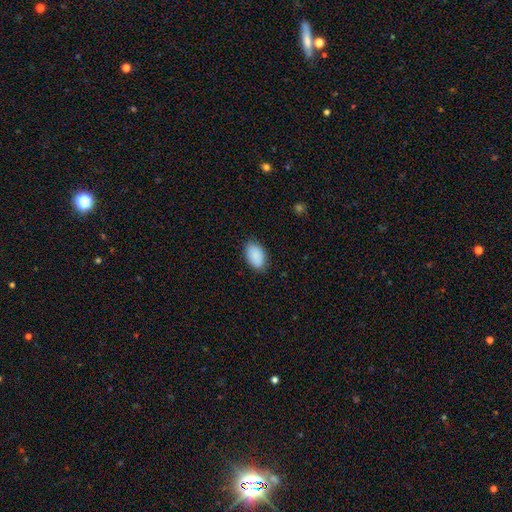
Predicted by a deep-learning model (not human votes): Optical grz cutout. It shows a smooth galaxy with no disk features (90%) that is in between round and cigar-shaped (93%). Merging: none (84%).